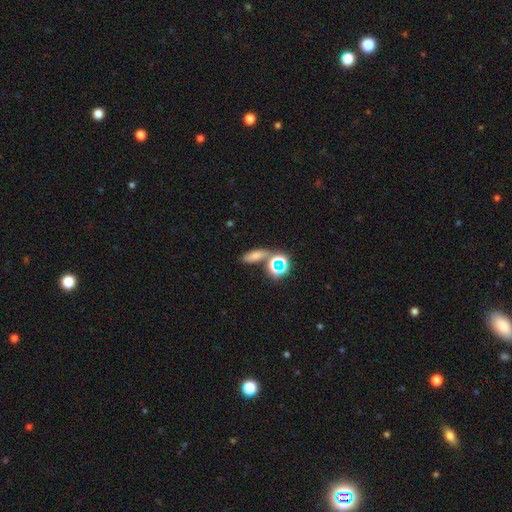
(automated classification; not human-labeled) This is likely a smooth galaxy (62%). How rounded: possibly in between (56%). Merging: likely none (61%).